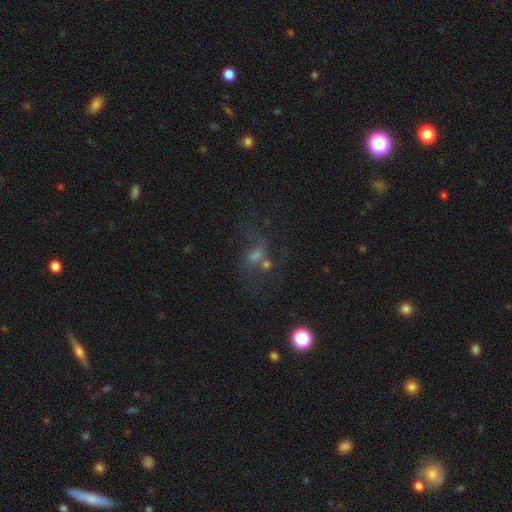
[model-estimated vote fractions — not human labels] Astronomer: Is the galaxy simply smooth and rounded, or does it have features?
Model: featured or disk — 47% (runner-up: smooth, 28%).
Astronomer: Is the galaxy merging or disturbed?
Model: none — 43% (runner-up: major disturbance, 22%).